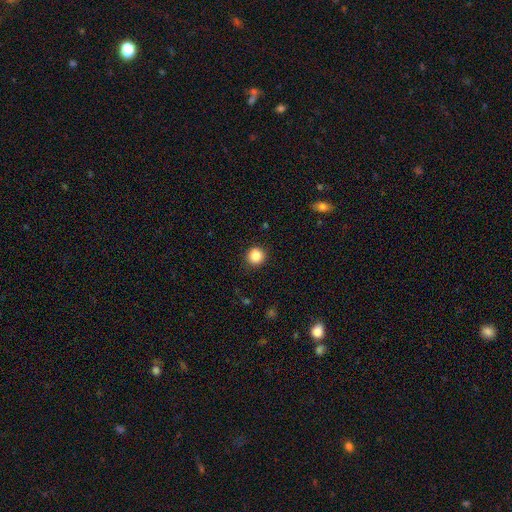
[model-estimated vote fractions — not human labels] Smooth or featured?
  - smooth: 87% *
  - star or artifact: 10%
  - featured or disk: 3%
How rounded?
  - round: 93% *
  - in between: 6%
  - cigar-shaped: 1%
Merging?
  - none: 91% *
  - minor disturbance: 6%
  - major disturbance: 2%
  - merger: 1%